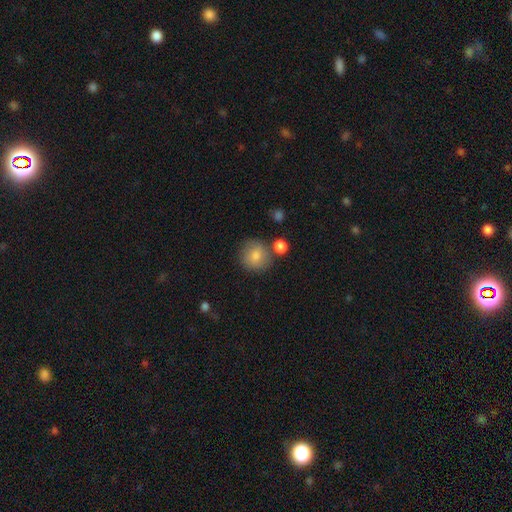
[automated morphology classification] Overall: smooth (81%). How rounded: round (88%). Merging: none (72%).